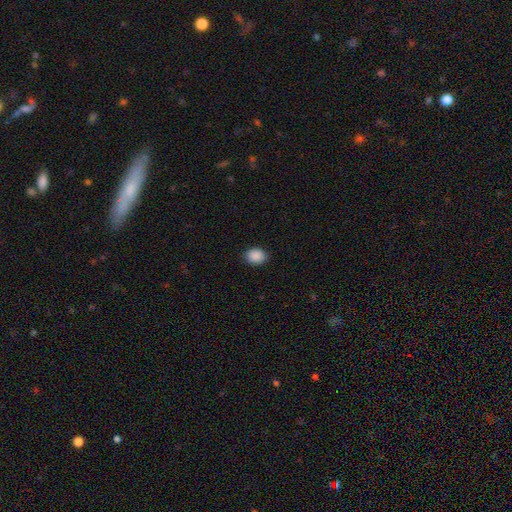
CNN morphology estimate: A smooth galaxy with no disk features (90%) that is in between round and cigar-shaped (56%).

Vote fractions:
- Smooth or featured? smooth: 90% / star or artifact: 8% / featured or disk: 3%
- How rounded? in between: 56% / round: 43% / cigar-shaped: 1%
- Merging? none: 88% / minor disturbance: 9% / major disturbance: 2% / merger: 1%